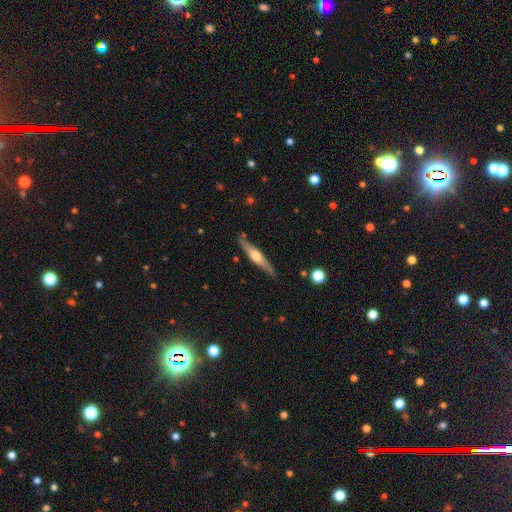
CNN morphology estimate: Overall: featured or disk (64%; smooth 31%). Edge-on disk: yes (96%). Edge-on bulge: rounded (88%). Merging: none (86%).